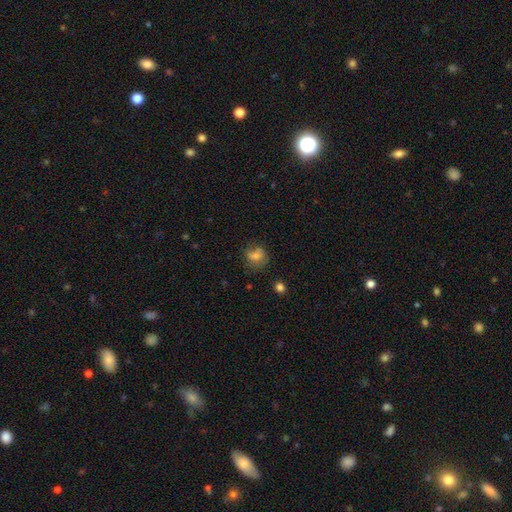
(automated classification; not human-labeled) Smooth or featured?
  - smooth: 64% *
  - featured or disk: 22%
  - star or artifact: 13%
How rounded?
  - round: 64% *
  - in between: 35%
  - cigar-shaped: 1%
Merging?
  - none: 55% *
  - minor disturbance: 25%
  - major disturbance: 16%
  - merger: 4%